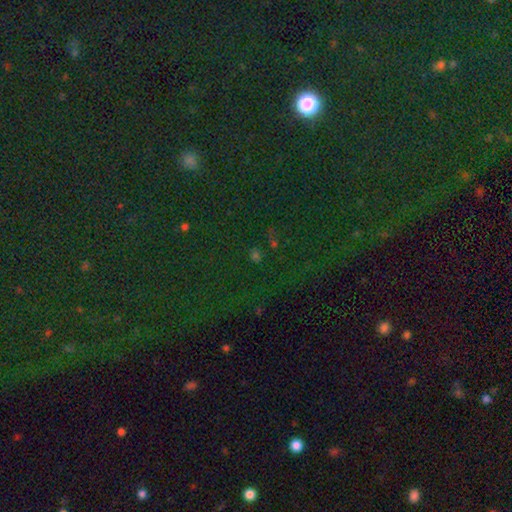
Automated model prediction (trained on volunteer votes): smooth-or-featured: star or artifact: 64% | smooth: 28% | featured or disk: 9%